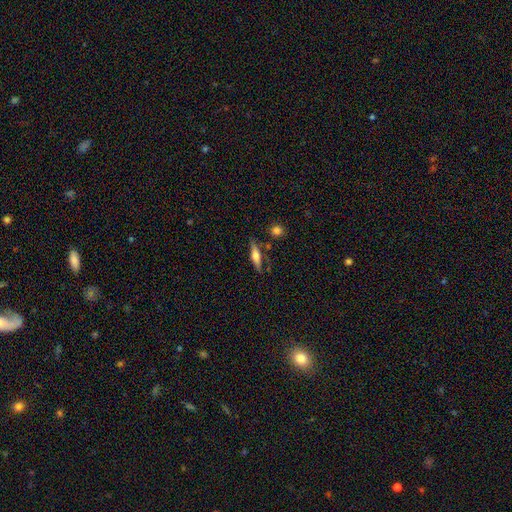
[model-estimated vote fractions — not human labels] This appears to be a featured or disk galaxy (51%) viewed edge-on (94%). Merging: none (79%).